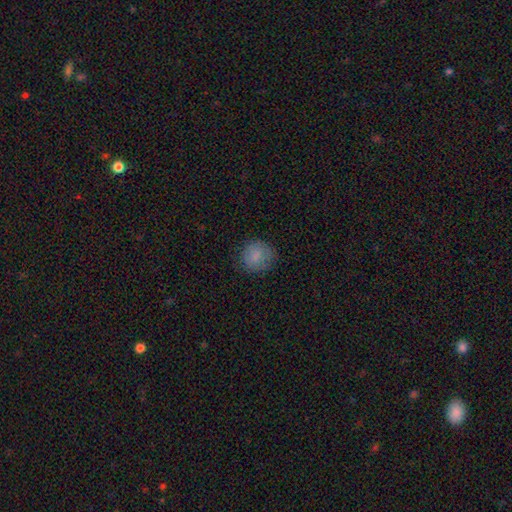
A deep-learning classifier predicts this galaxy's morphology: This appears to be a smooth galaxy with no disk features (83%) that is round (85%). Merging: none (79%).